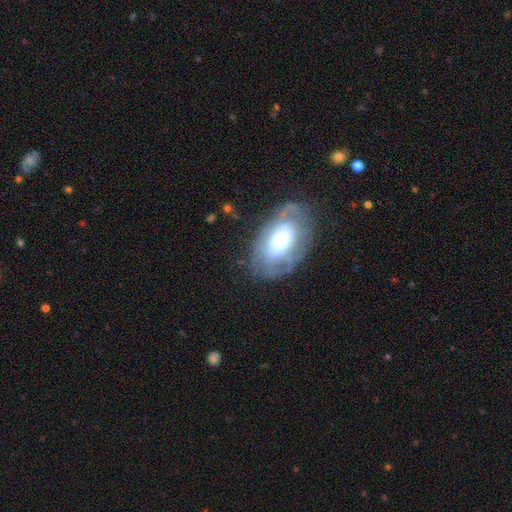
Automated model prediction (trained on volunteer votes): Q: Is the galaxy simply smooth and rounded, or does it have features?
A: featured or disk — 67%.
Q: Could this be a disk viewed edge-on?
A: no — 94%.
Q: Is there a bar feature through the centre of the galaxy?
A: no — 64%.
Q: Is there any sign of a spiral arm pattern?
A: yes — 71%.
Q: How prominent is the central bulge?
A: moderate — 45%.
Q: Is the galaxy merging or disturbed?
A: none — 73%.